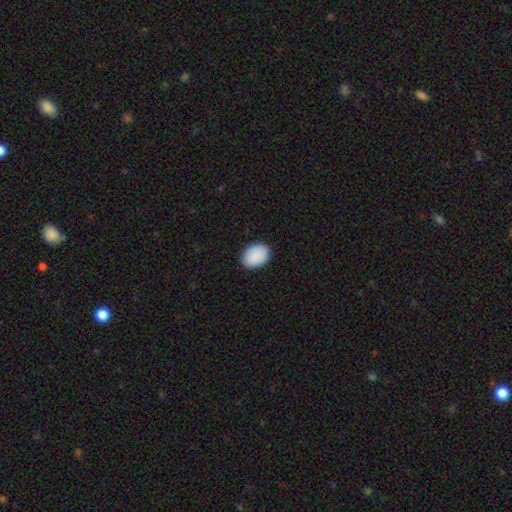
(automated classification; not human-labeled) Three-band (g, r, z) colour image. It shows a smooth galaxy with no disk features (91%) that is in between round and cigar-shaped (77%). Merging: none (89%).